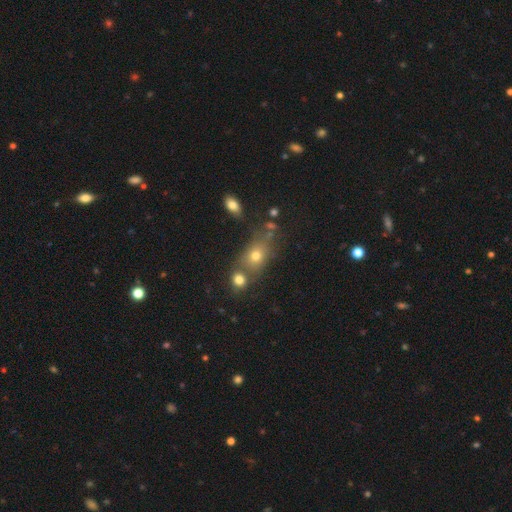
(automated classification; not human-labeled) This appears to be a smooth galaxy with no disk features (70%) that is in between round and cigar-shaped (61%). Merging: none (50%).